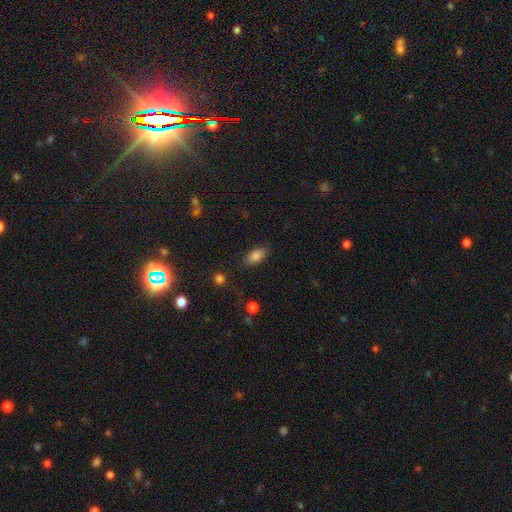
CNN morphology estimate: Smooth or featured? smooth (84%)
How rounded? in between (90%)
Merging? none (84%)